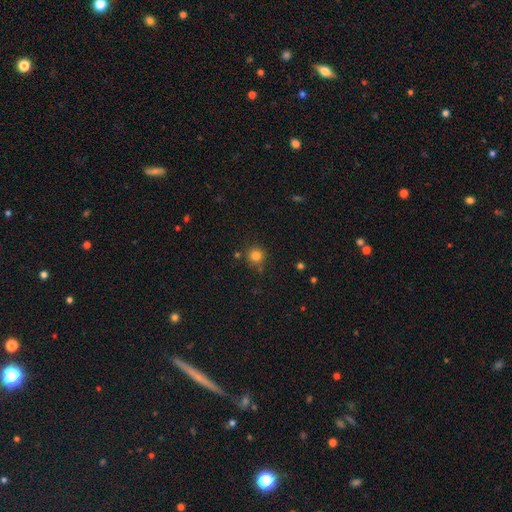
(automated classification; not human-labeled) Smooth or featured?
  - smooth: 81% *
  - star or artifact: 14%
  - featured or disk: 6%
How rounded?
  - round: 94% *
  - in between: 5%
  - cigar-shaped: 1%
Merging?
  - none: 82% *
  - minor disturbance: 10%
  - merger: 6%
  - major disturbance: 3%